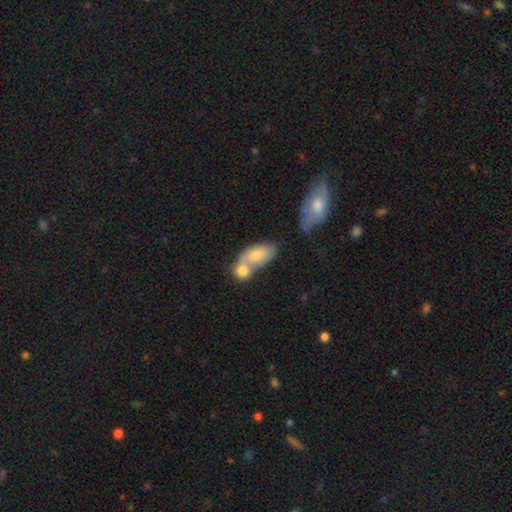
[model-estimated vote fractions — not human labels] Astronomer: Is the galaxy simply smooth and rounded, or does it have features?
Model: smooth — 73%.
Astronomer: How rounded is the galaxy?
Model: in between — 86%.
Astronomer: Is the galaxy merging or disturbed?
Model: merger — 69%.